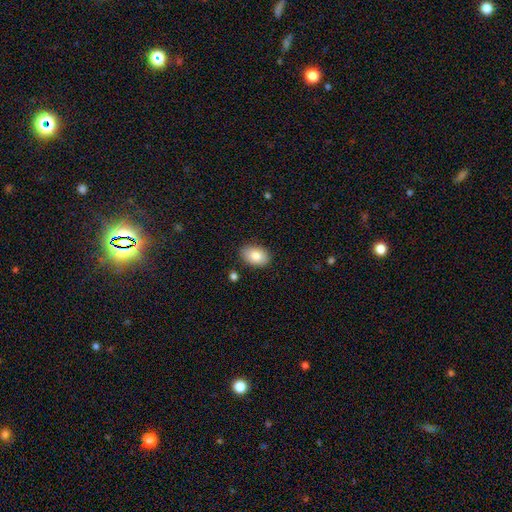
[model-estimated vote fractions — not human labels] Smooth or featured: smooth — 83% (featured or disk — 10%)
How rounded: in between — 86% (round — 13%)
Merging: none — 85% (minor disturbance — 11%)